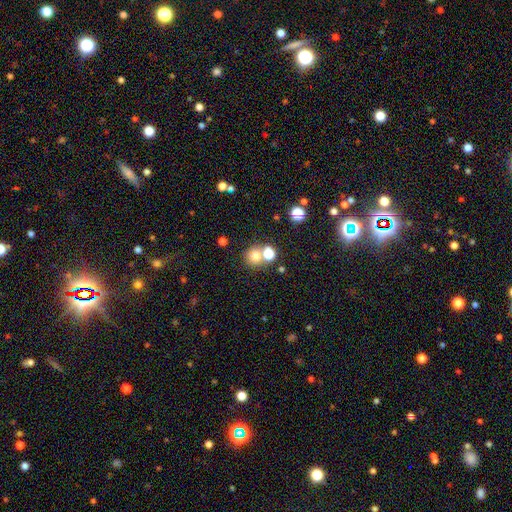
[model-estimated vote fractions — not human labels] The model was most divided on "merging": none: 56%, merger: 34%, minor disturbance: 7%, major disturbance: 3%. More confident: how rounded — round (87%); smooth or featured — smooth (75%).